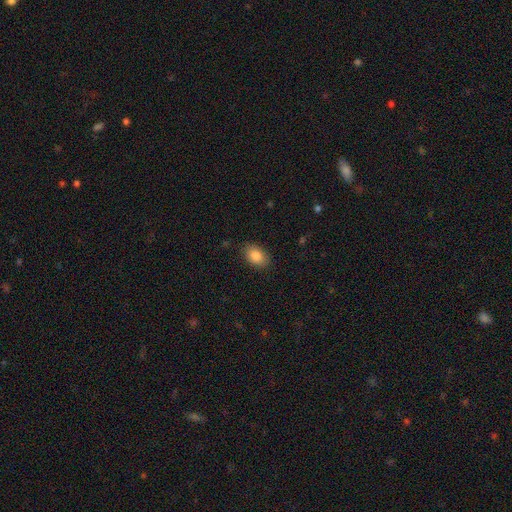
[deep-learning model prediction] smooth 87%, star or artifact 7%, featured or disk 5%. Down the decision tree: how rounded — in between (87%); merging — none (85%).